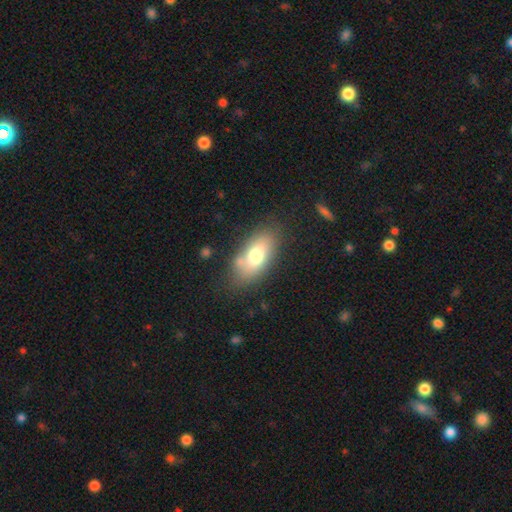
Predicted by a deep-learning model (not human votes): Smooth or featured? smooth (71%)
How rounded? in between (88%)
Merging? none (72%)